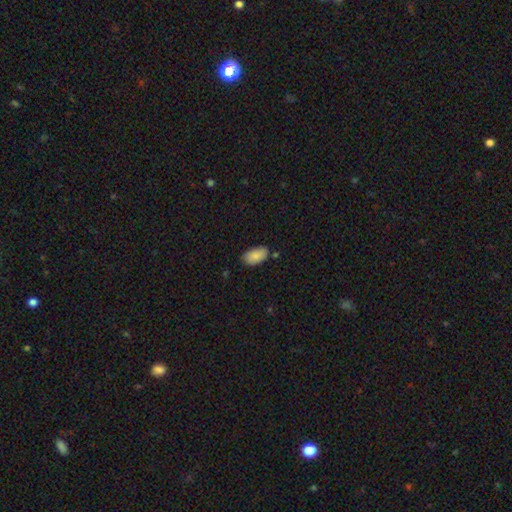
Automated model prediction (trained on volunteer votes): This is clearly a smooth galaxy (88%). How rounded: clearly in between (95%). Merging: likely none (75%).